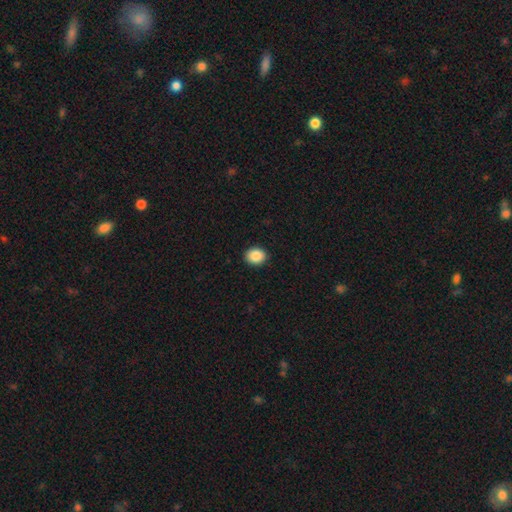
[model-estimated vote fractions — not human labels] The model was most divided on "how rounded": round: 57%, in between: 42%, cigar-shaped: 1%. More confident: merging — none (91%); smooth or featured — smooth (88%).